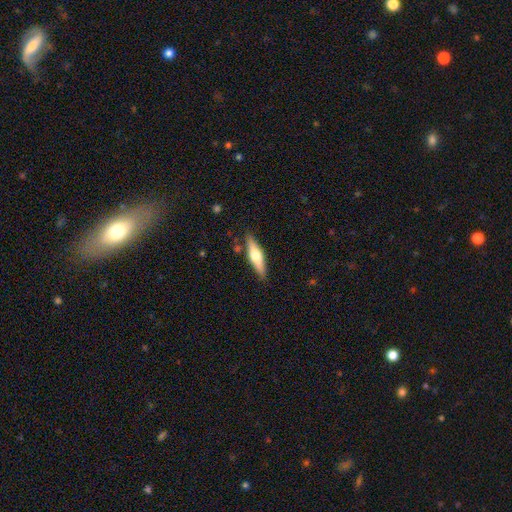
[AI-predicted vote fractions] Q: Smooth or featured?
A: smooth (48%); runner-up: featured or disk (47%)
Q: Merging?
A: none (85%); runner-up: minor disturbance (11%)